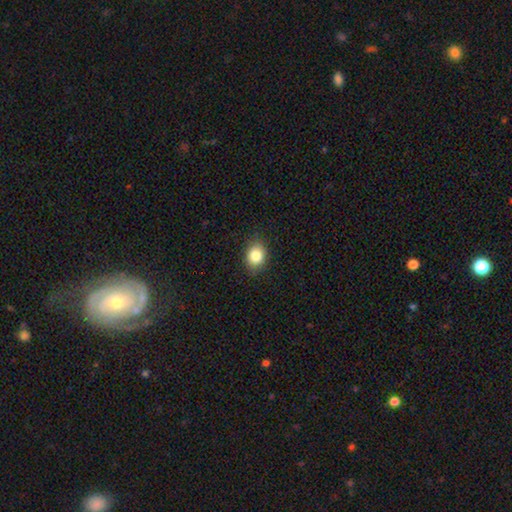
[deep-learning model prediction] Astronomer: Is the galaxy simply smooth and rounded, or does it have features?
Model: smooth — 84%.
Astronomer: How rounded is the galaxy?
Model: in between — 57% (runner-up: round, 42%).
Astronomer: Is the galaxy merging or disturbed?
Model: none — 86%.